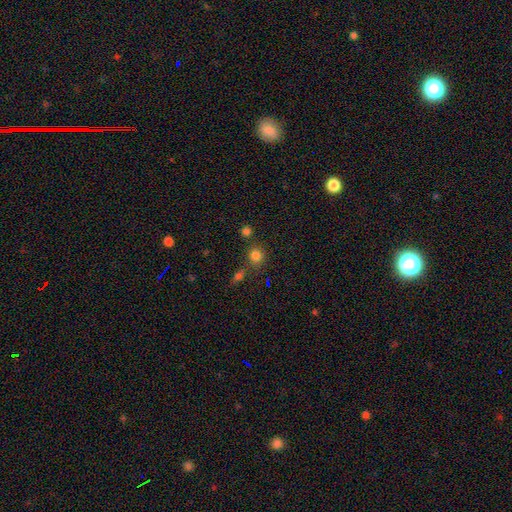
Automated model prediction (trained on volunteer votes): smooth_or_featured: smooth (p=0.79) [alt: star or artifact p=0.15]
how_rounded: round (p=0.86) [alt: in between p=0.13]
merging: none (p=0.73) [alt: merger p=0.13]